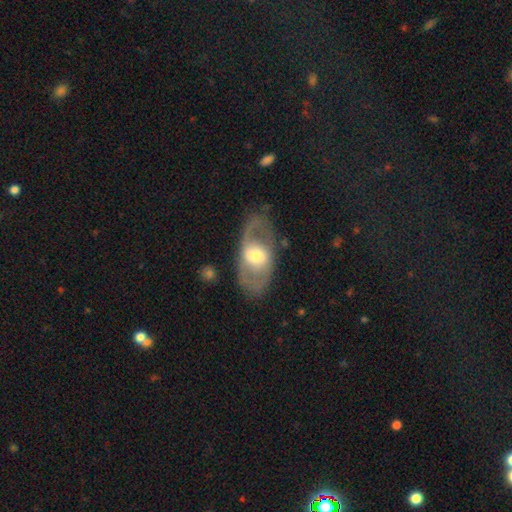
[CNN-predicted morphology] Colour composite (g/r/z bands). It shows a featured or disk galaxy (63%) with no bar (41%), spiral arms (51%) and a moderate central bulge (62%). Merging: none (75%).